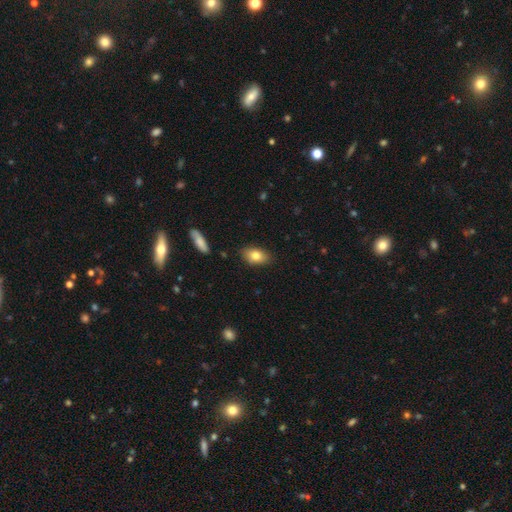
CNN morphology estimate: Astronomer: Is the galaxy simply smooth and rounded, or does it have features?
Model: smooth — 81%.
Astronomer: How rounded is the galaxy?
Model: in between — 88%.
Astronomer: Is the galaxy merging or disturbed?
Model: none — 85%.